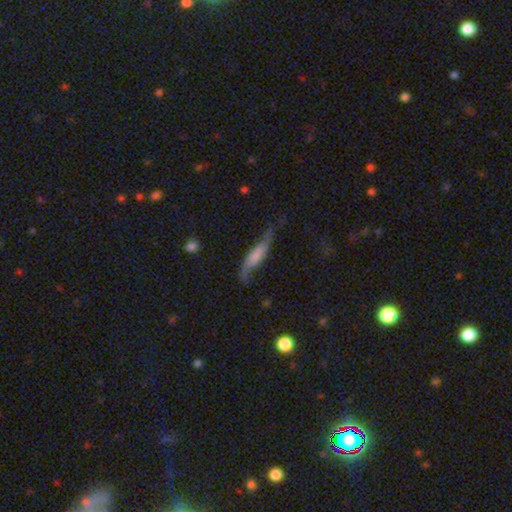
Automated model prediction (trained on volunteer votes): smooth-or-featured: featured or disk: 51% | smooth: 41% | star or artifact: 7%
  disk-edge-on: no: 61% | yes: 39%
  merging: none: 46% | minor disturbance: 30% | major disturbance: 20% | merger: 4%